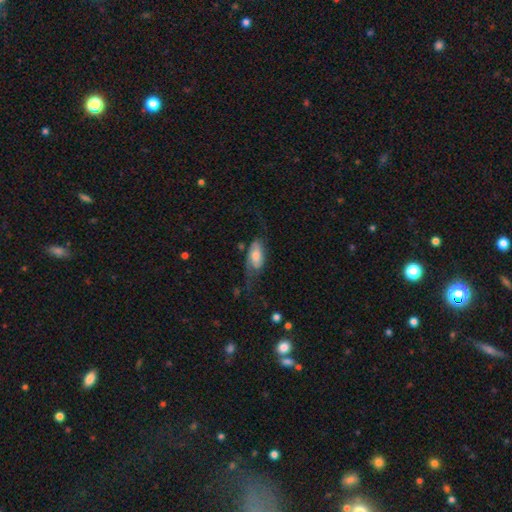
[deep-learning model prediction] featured or disk 58%, smooth 35%, star or artifact 7%. Down the decision tree: edge-on disk — no (90%); bar — no (56%); spiral arms — yes (85%); bulge size — moderate (51%); merging — none (44%).